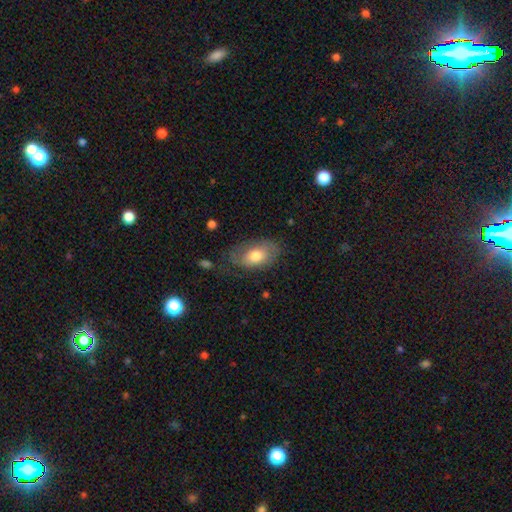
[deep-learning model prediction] Smooth or featured?
  - smooth: 66% *
  - featured or disk: 28%
  - star or artifact: 6%
How rounded?
  - in between: 91% *
  - round: 7%
  - cigar-shaped: 2%
Merging?
  - none: 61% *
  - minor disturbance: 25%
  - major disturbance: 12%
  - merger: 2%